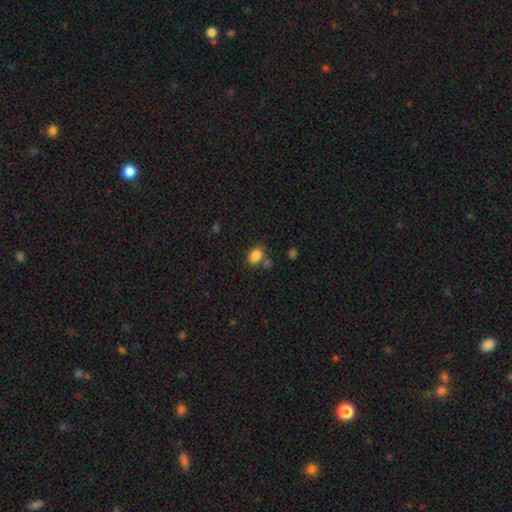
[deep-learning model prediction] The model was most divided on "how rounded": in between: 73%, round: 26%, cigar-shaped: 1%. More confident: smooth or featured — smooth (84%); merging — none (67%).